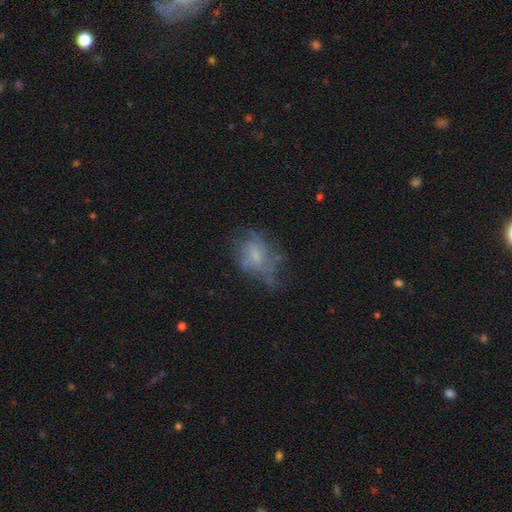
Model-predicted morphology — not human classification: The model was most divided on "merging": none: 43%, major disturbance: 27%, minor disturbance: 27%, merger: 3%. More confident: edge-on disk — no (97%); smooth or featured — featured or disk (52%).